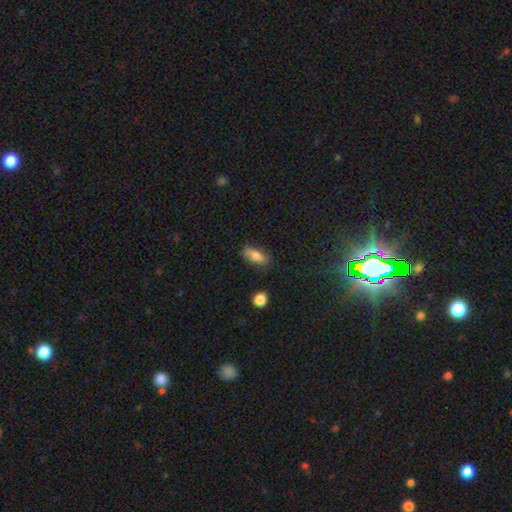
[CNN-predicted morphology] Smooth or featured? Predicted: smooth (p=0.76). How rounded? Predicted: in between (p=0.71). Merging? Predicted: none (p=0.79).